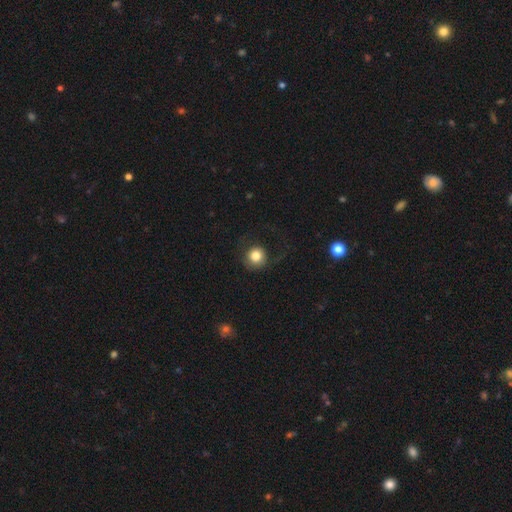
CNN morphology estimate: smooth-or-featured: smooth: 79% | featured or disk: 11% | star or artifact: 10%
  how-rounded: round: 92% | in between: 7% | cigar-shaped: 1%
  merging: none: 72% | minor disturbance: 13% | major disturbance: 13% | merger: 1%